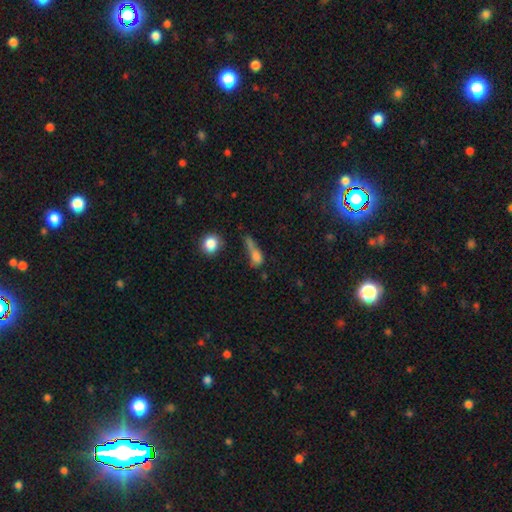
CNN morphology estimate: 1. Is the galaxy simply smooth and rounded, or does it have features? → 65% smooth, 20% featured or disk, 16% star or artifact.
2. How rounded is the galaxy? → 47% in between, 33% cigar-shaped, 20% round.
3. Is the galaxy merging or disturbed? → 31% major disturbance, 29% none, 20% minor disturbance, 20% merger.